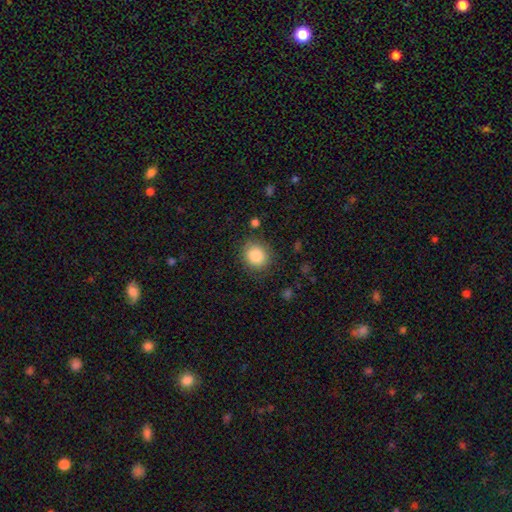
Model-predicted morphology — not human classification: Smooth or featured? Predicted: smooth (p=0.85). How rounded? Predicted: round (p=0.82). Merging? Predicted: none (p=0.84).